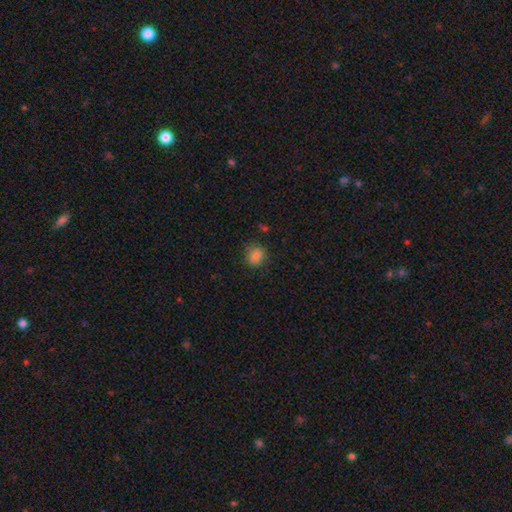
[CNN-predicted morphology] smooth-or-featured: smooth: 84% | star or artifact: 10% | featured or disk: 6%
  how-rounded: round: 73% | in between: 26% | cigar-shaped: 1%
  merging: none: 82% | minor disturbance: 13% | major disturbance: 3% | merger: 1%